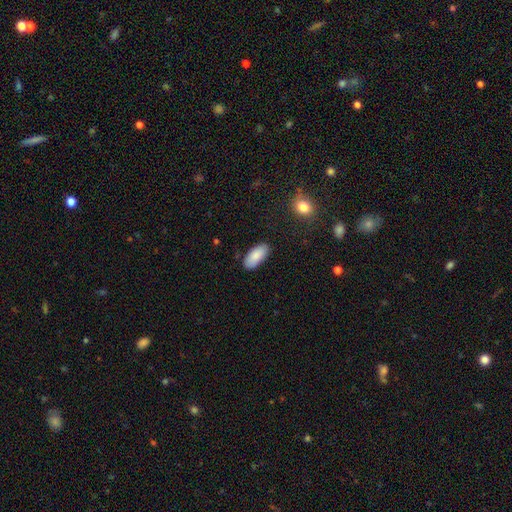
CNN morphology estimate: A smooth galaxy with no disk features (88%) that is in between round and cigar-shaped (91%). Merging: none (85%).